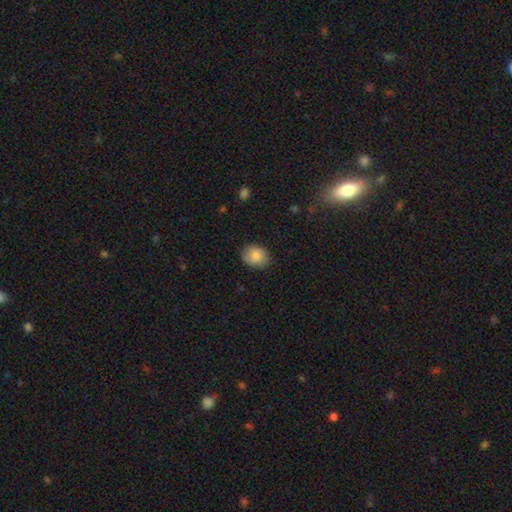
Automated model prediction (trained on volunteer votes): The model was most divided on "how rounded": round: 50%, in between: 49%, cigar-shaped: 1%. More confident: smooth or featured — smooth (85%); merging — none (81%).